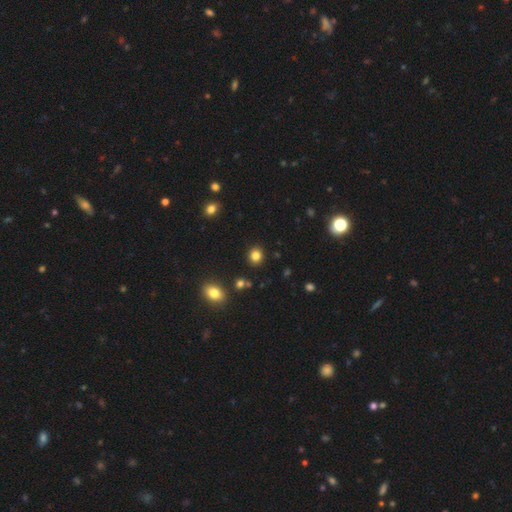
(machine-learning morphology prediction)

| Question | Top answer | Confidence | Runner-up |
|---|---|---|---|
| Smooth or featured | smooth | 83% | star or artifact (11%) |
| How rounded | round | 80% | in between (19%) |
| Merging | none | 90% | minor disturbance (6%) |